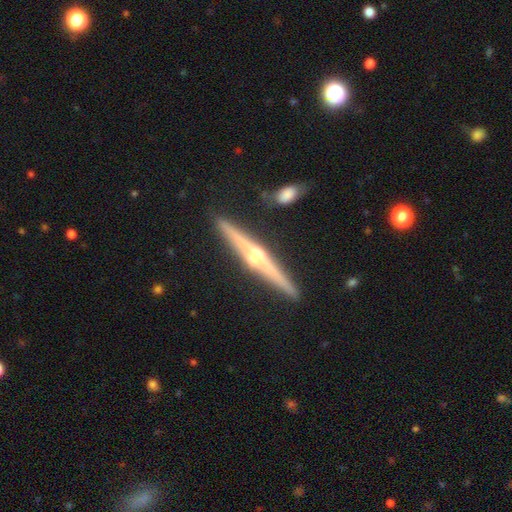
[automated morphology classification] Smooth or featured: featured or disk — 83% (smooth — 11%)
Edge-on disk: yes — 98% (no — 2%)
Edge-on bulge: rounded — 88% (boxy — 7%)
Merging: none — 89% (minor disturbance — 7%)